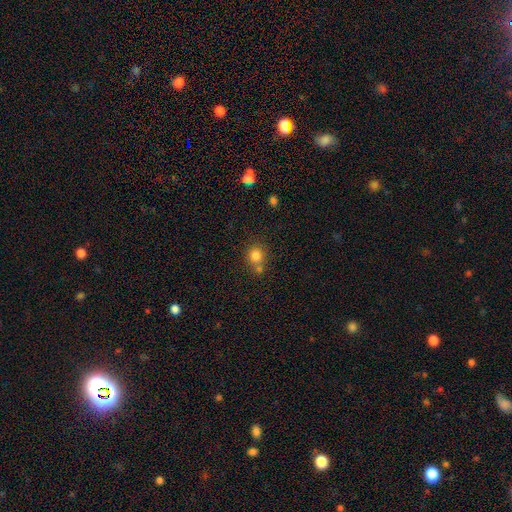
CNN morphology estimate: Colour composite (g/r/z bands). It shows a smooth galaxy with no disk features (80%) that is round (82%). Merging: none (60%).